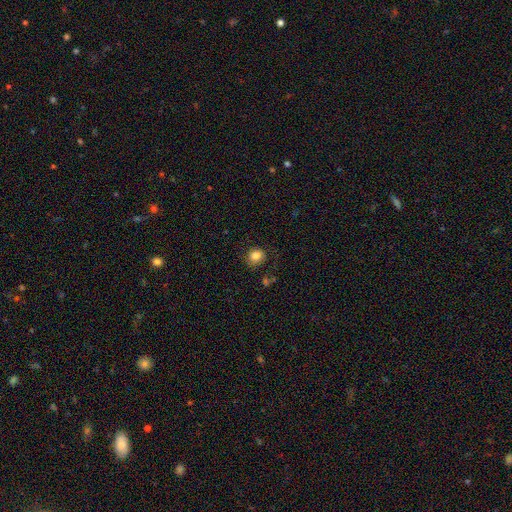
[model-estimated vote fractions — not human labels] Smooth or featured?
  - smooth: 83% *
  - star or artifact: 11%
  - featured or disk: 6%
How rounded?
  - round: 77% *
  - in between: 23%
  - cigar-shaped: 1%
Merging?
  - none: 81% *
  - minor disturbance: 13%
  - major disturbance: 4%
  - merger: 2%